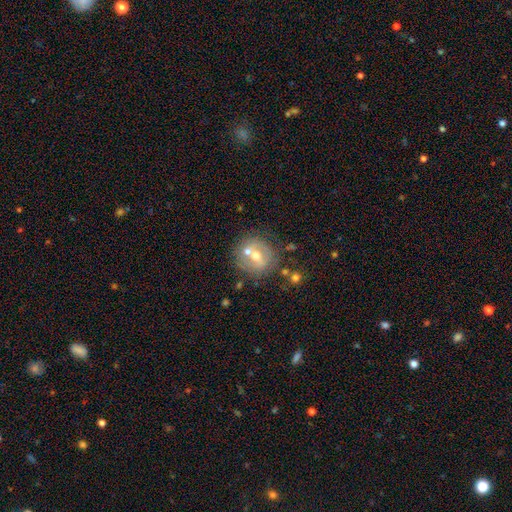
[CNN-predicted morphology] The model was most divided on "smooth or featured": featured or disk: 47%, smooth: 43%, star or artifact: 10%. More confident: merging — none (61%).